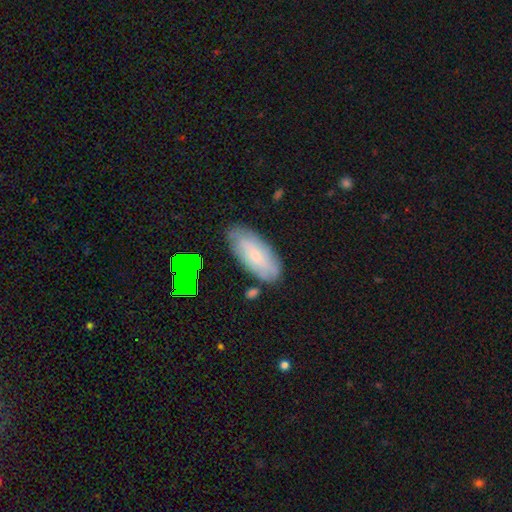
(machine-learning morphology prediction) Smooth or featured? smooth (59%)
How rounded? in between (83%)
Merging? none (75%)